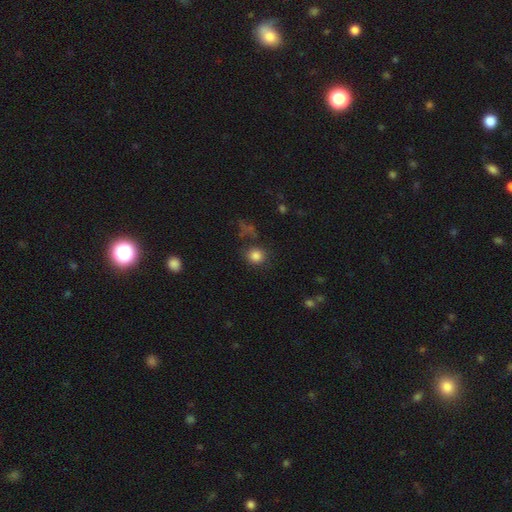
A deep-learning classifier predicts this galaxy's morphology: Smooth or featured: smooth — 84% (star or artifact — 12%)
How rounded: round — 86% (in between — 13%)
Merging: none — 76% (minor disturbance — 13%)